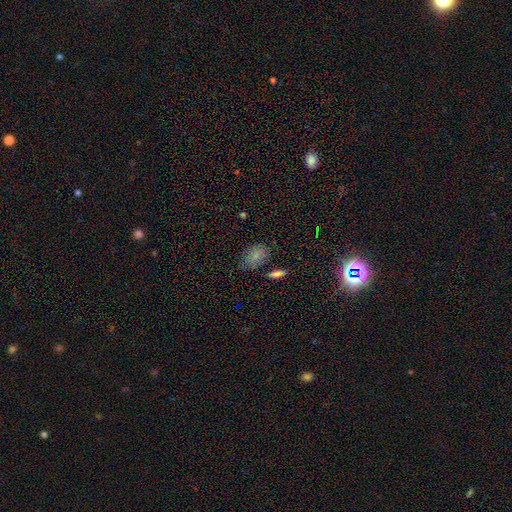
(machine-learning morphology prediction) type=smooth (80%); roundness=in between (87%); merging=none (72%).